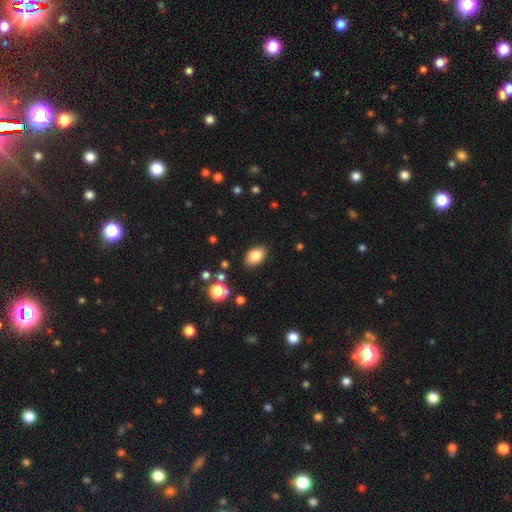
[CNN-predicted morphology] A smooth galaxy with no disk features (83%) that is in between round and cigar-shaped (88%). Merging: none (84%).